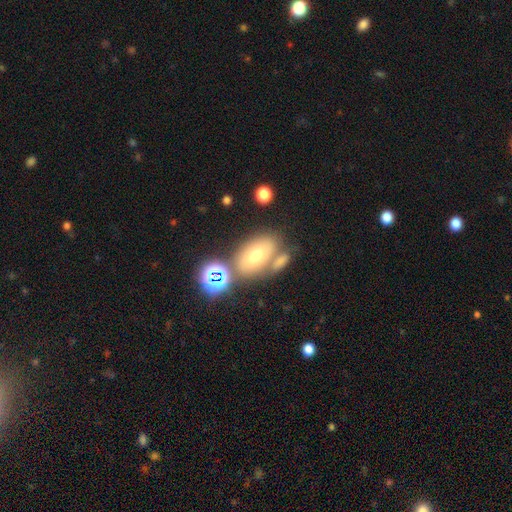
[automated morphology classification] smooth 58%, featured or disk 23%, star or artifact 19%. Down the decision tree: how rounded — in between (82%); merging — none (54%).